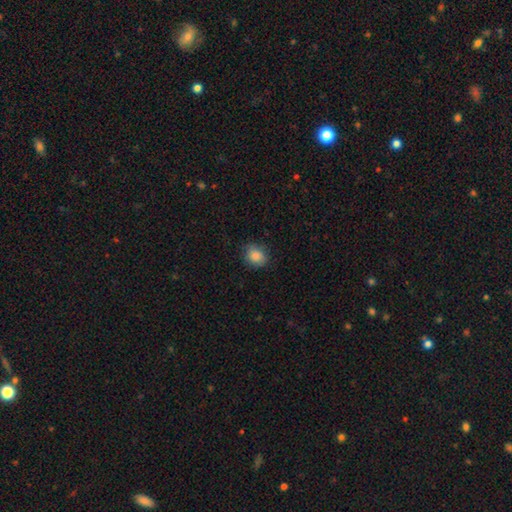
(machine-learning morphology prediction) type=smooth (86%); roundness=round (58%); merging=none (79%).